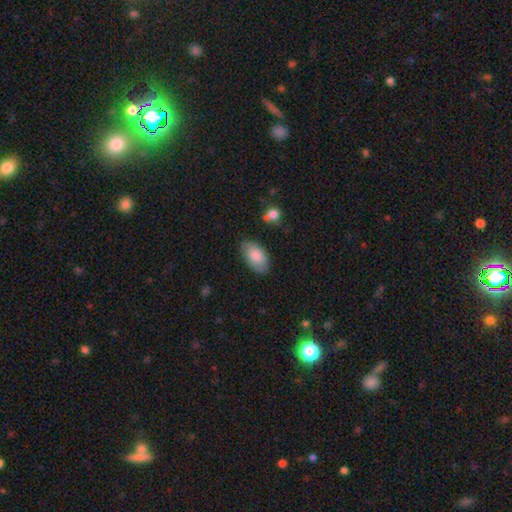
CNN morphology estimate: Q: Smooth or featured?
A: smooth (82%); runner-up: featured or disk (12%)
Q: How rounded?
A: in between (95%); runner-up: round (4%)
Q: Merging?
A: none (79%); runner-up: minor disturbance (16%)